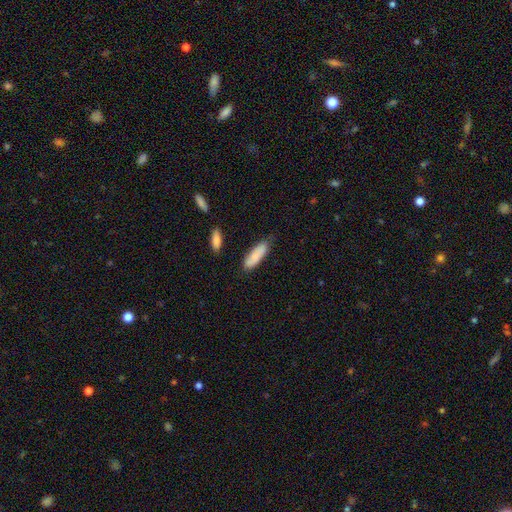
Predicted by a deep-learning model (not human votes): A smooth galaxy with no disk features (85%) that is in between round and cigar-shaped (52%). Merging: none (75%).